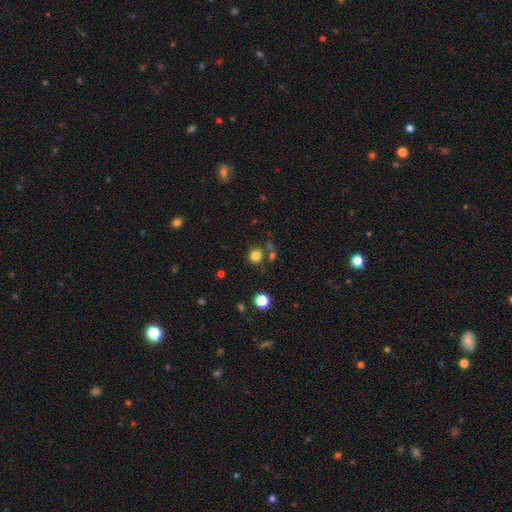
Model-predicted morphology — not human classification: Smooth or featured: smooth — 79% (star or artifact — 15%)
How rounded: round — 90% (in between — 9%)
Merging: none — 75% (merger — 12%)